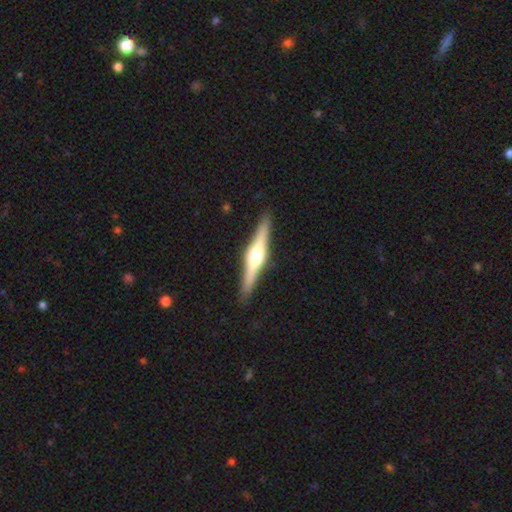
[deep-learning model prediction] Overall: featured or disk (74%). Edge-on disk: yes (98%). Edge-on bulge: rounded (90%). Merging: none (90%).